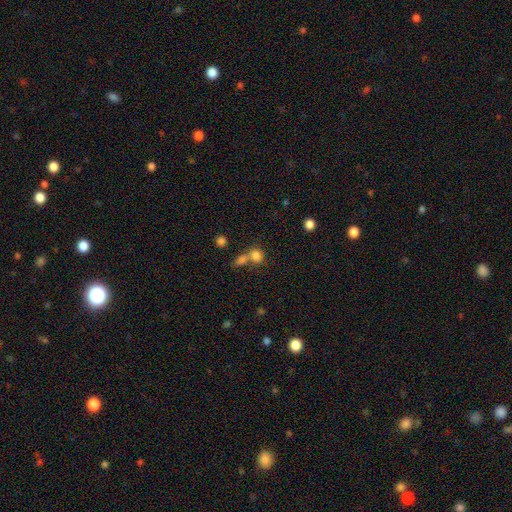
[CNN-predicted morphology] type=smooth (80%); roundness=round (72%); merging=merger (47%).